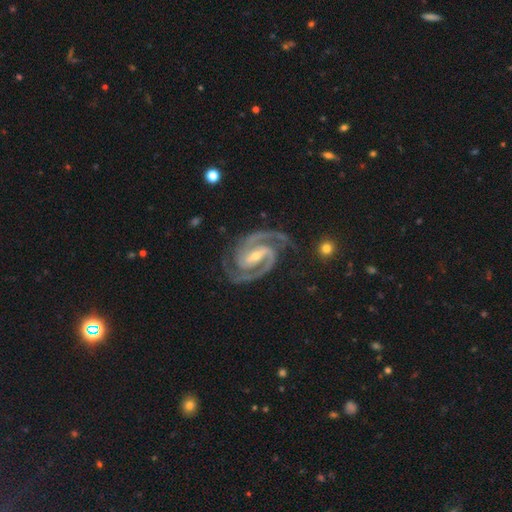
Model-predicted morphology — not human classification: A featured or disk galaxy (94%) with a strong bar (55%), 2 (92%) tight (48%) spiral arms (99%) and a small central bulge (62%).

Vote fractions:
- Smooth or featured? featured or disk: 94% / star or artifact: 4% / smooth: 2%
- Edge-on disk? no: 98% / yes: 2%
- Bar? strong: 55% / weak: 31% / no: 13%
- Spiral arms? yes: 99% / no: 1%
- Spiral winding? tight: 48% / medium: 47% / loose: 5%
- Spiral arm count? 2: 92% / 3: 4% / can't tell: 1% / 4: 1% / 1: 1% / more than 4: 1%
- Bulge size? small: 62% / moderate: 35% / none: 1% / large: 1% / dominant: 1%
- Merging? none: 81% / minor disturbance: 14% / major disturbance: 4% / merger: 2%